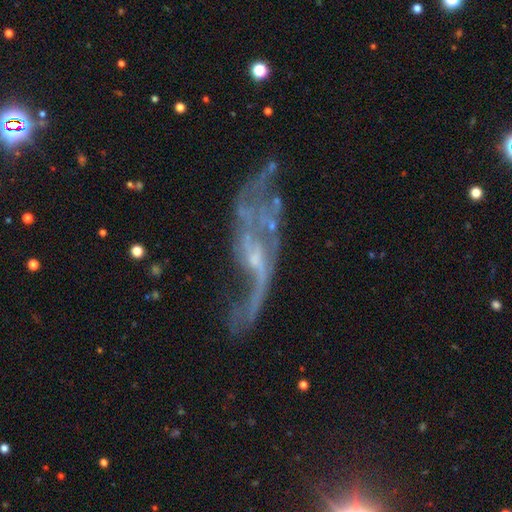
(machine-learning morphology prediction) This appears to be a featured or disk galaxy (78%) with no bar (61%), spiral arms (71%) and a small central bulge (62%). Merging: major disturbance (39%).